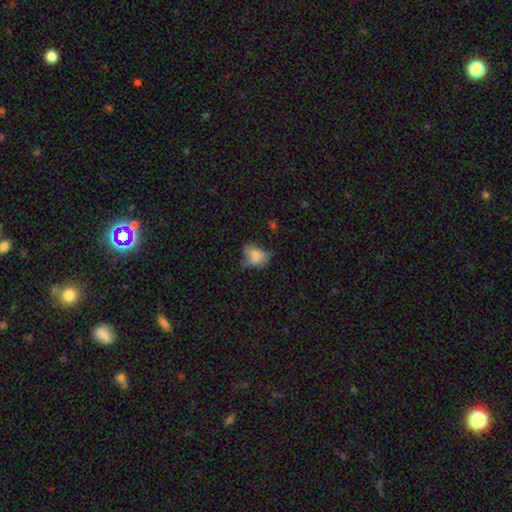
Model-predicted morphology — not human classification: Overall: smooth (69%). How rounded: in between (72%). Merging: none (34%, tied with minor disturbance).